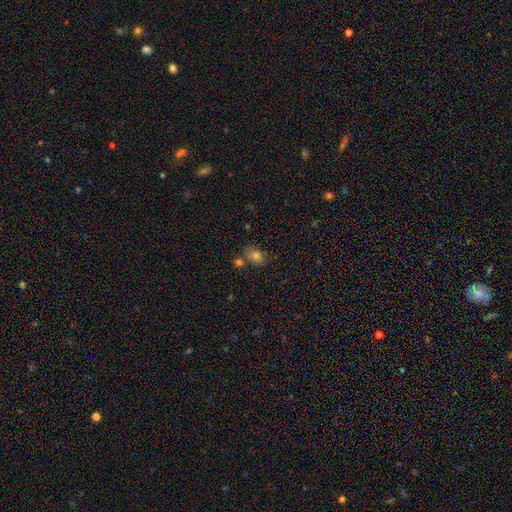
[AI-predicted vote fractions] Smooth or featured?
  - smooth: 75% *
  - star or artifact: 16%
  - featured or disk: 9%
How rounded?
  - in between: 57% *
  - round: 42%
  - cigar-shaped: 1%
Merging?
  - none: 69% *
  - minor disturbance: 14%
  - merger: 13%
  - major disturbance: 4%